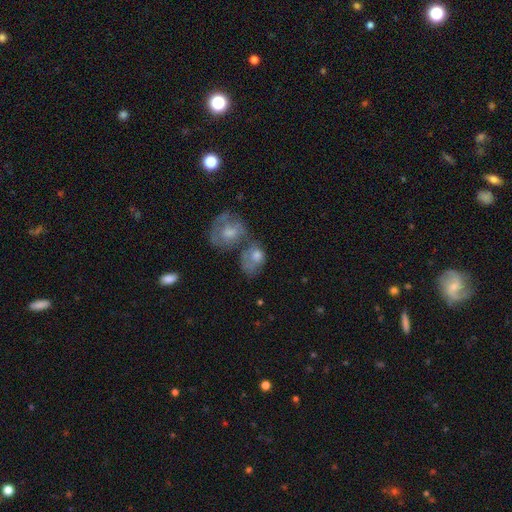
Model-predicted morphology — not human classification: Q: Smooth or featured?
A: smooth (53%); runner-up: featured or disk (37%)
Q: How rounded?
A: in between (57%); runner-up: round (41%)
Q: Merging?
A: merger (47%); runner-up: none (29%)